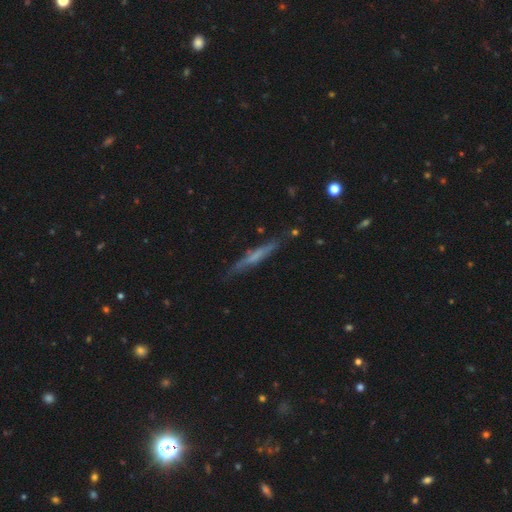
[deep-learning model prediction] smooth-or-featured: featured or disk: 48% | smooth: 45% | star or artifact: 7%
  merging: none: 82% | minor disturbance: 13% | major disturbance: 3% | merger: 2%